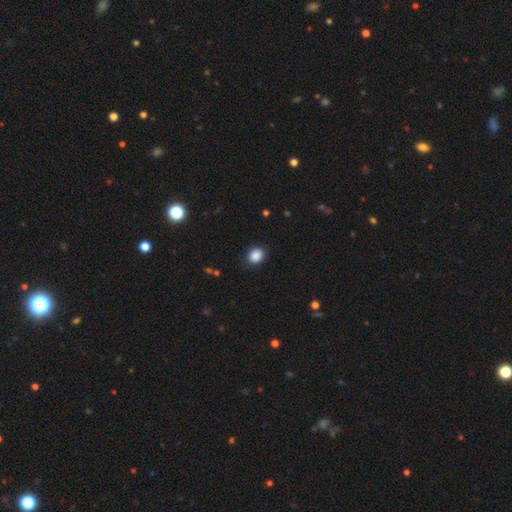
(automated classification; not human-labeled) Smooth or featured? smooth (88%)
How rounded? round (53%)
Merging? none (84%)